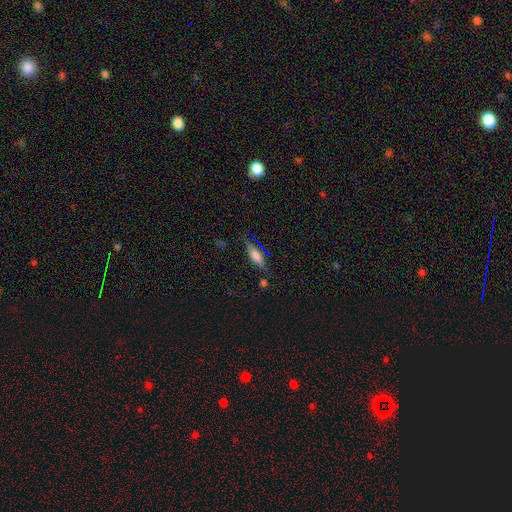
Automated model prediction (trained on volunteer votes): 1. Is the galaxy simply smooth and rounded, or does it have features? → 63% smooth, 27% featured or disk, 11% star or artifact.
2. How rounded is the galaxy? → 54% in between, 43% cigar-shaped, 3% round.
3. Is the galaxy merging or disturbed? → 70% none, 20% minor disturbance, 6% major disturbance, 4% merger.